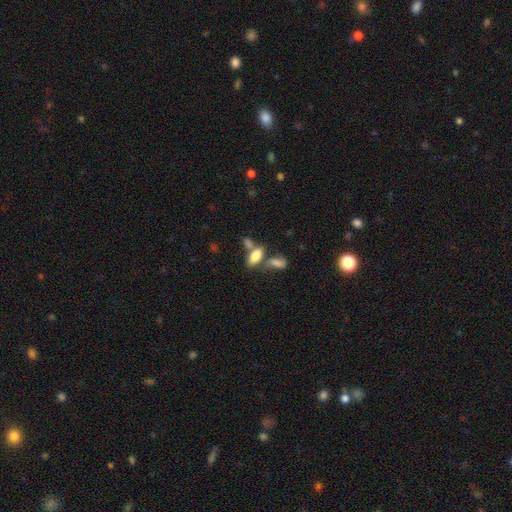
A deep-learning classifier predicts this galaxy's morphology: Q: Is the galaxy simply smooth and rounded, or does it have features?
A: smooth — 79%.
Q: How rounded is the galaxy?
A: in between — 86%.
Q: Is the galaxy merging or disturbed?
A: none — 43%.